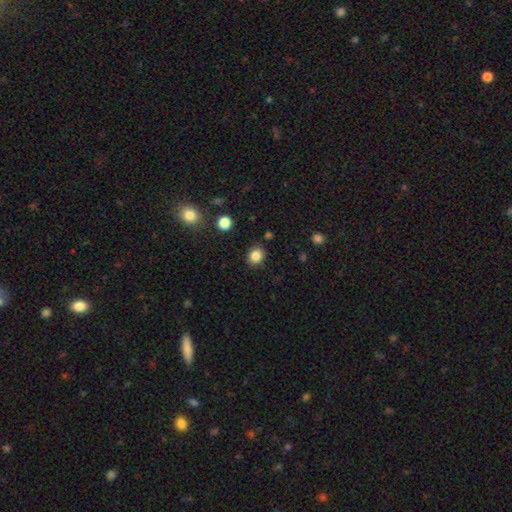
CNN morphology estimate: Smooth or featured?
  - smooth: 85% *
  - star or artifact: 11%
  - featured or disk: 5%
How rounded?
  - round: 73% *
  - in between: 26%
  - cigar-shaped: 1%
Merging?
  - none: 88% *
  - minor disturbance: 8%
  - major disturbance: 2%
  - merger: 2%